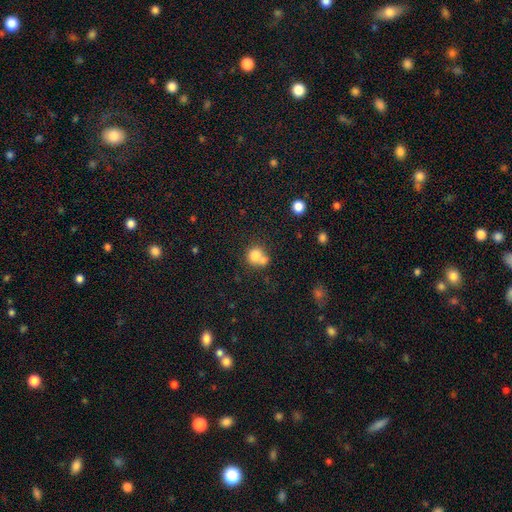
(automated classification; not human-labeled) Q: Smooth or featured?
A: smooth (78%); runner-up: featured or disk (11%)
Q: How rounded?
A: round (82%); runner-up: in between (18%)
Q: Merging?
A: merger (48%); runner-up: none (40%)